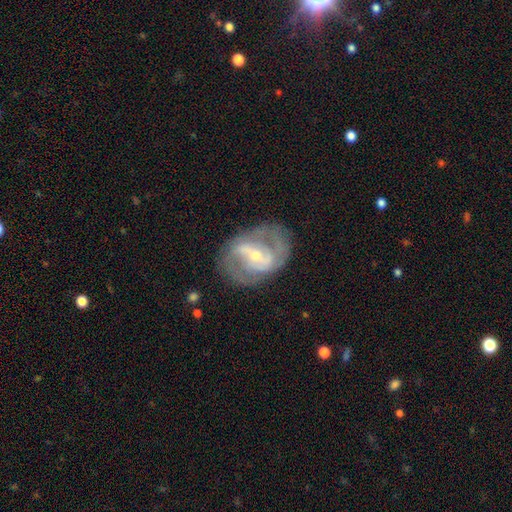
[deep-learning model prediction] smooth-or-featured: featured or disk: 83% | smooth: 11% | star or artifact: 6%
  disk-edge-on: no: 96% | yes: 4%
    bar: weak: 40% (tied) | strong: 40% (tied) | no: 20%
    has-spiral-arms: yes: 85% | no: 15%
      spiral-winding: medium: 49% | tight: 31% | loose: 20%
      spiral-arm-count: 2: 73% | can't tell: 14% | 3: 6% | 1: 3% | 4: 2% | more than 4: 2%
    bulge-size: small: 54% | moderate: 41% | large: 3% | none: 1% | dominant: 1%
  merging: none: 70% | minor disturbance: 17% | major disturbance: 11% | merger: 2%